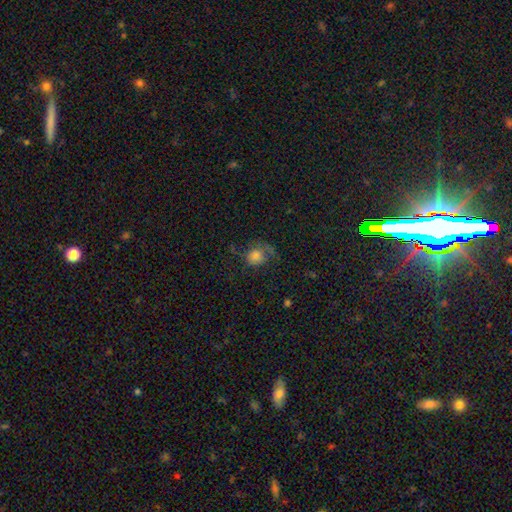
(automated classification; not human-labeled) A smooth galaxy with no disk features (70%) that is round (76%). Merging: none (51%).